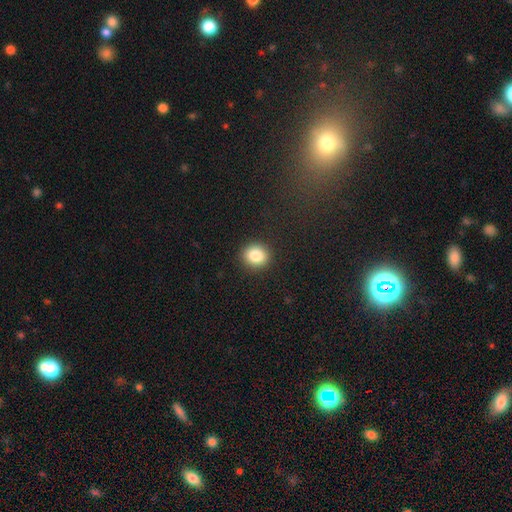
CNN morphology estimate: smooth-or-featured: smooth: 85% | star or artifact: 10% | featured or disk: 6%
  how-rounded: round: 79% | in between: 20% | cigar-shaped: 1%
  merging: none: 90% | minor disturbance: 6% | major disturbance: 2% | merger: 1%